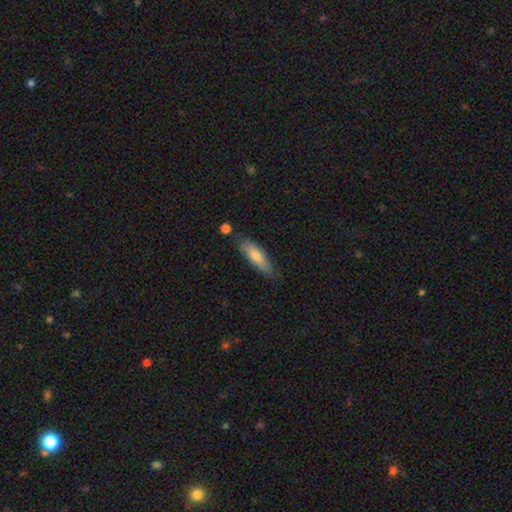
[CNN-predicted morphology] Smooth or featured: smooth — 73% (featured or disk — 21%)
How rounded: cigar-shaped — 61% (in between — 37%)
Merging: none — 75% (minor disturbance — 18%)